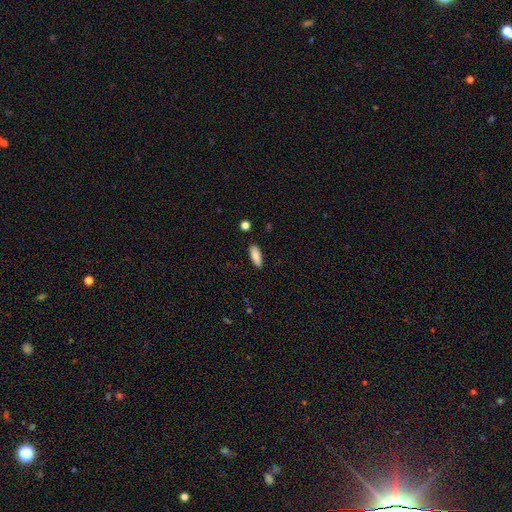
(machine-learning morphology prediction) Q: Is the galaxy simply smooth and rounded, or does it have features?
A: smooth — 88%.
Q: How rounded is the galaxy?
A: in between — 70%.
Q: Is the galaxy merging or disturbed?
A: none — 87%.